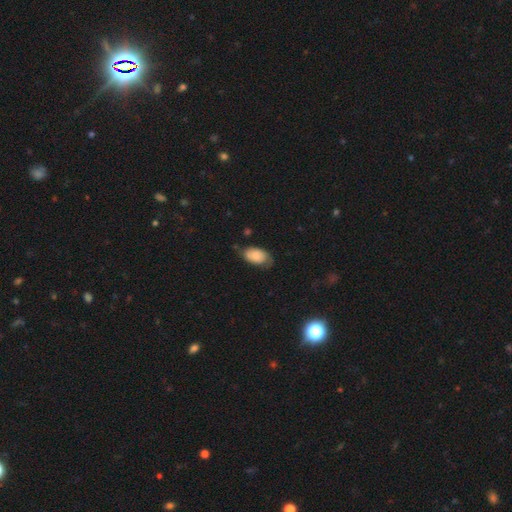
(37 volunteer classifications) Volunteers were most divided on "merging": none: 47%, minor disturbance: 33%, major disturbance: 19%, merger: 0%. More confident: how rounded — in between (90%); smooth or featured — smooth (84%).